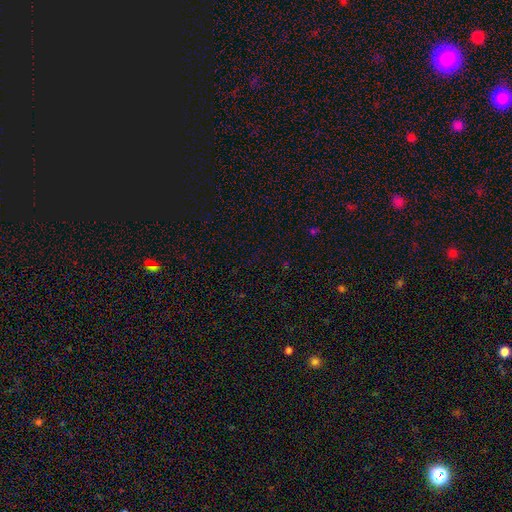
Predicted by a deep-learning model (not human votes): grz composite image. It shows a star or artifact, not a galaxy (67%).